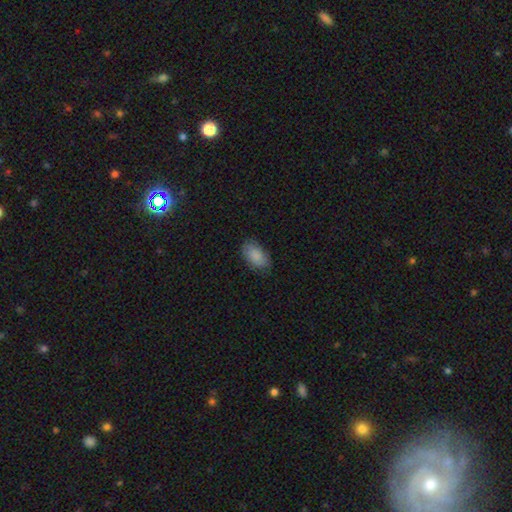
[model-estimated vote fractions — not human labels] The model was most divided on "merging": none: 79%, minor disturbance: 17%, major disturbance: 4%, merger: 1%. More confident: how rounded — in between (93%); smooth or featured — smooth (87%).